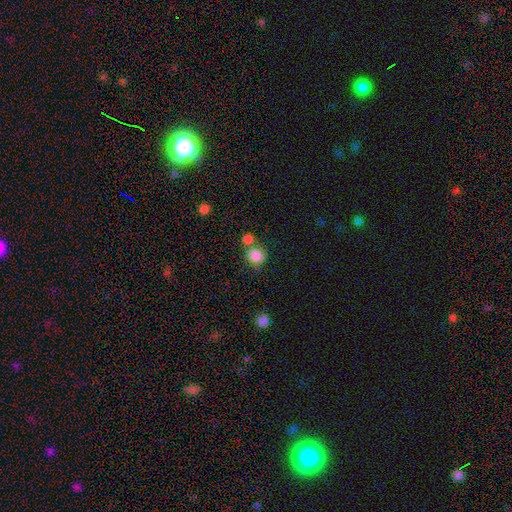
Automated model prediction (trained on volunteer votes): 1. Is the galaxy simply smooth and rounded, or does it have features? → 85% smooth, 10% star or artifact, 5% featured or disk.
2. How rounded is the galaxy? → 87% round, 12% in between, 1% cigar-shaped.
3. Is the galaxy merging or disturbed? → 58% none, 27% merger, 11% minor disturbance, 4% major disturbance.